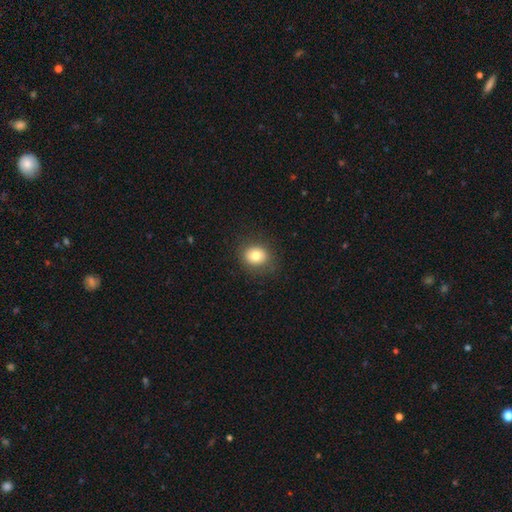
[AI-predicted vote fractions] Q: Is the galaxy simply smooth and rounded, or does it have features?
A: smooth — 77%.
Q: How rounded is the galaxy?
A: round — 72%.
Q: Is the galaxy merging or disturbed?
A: none — 86%.